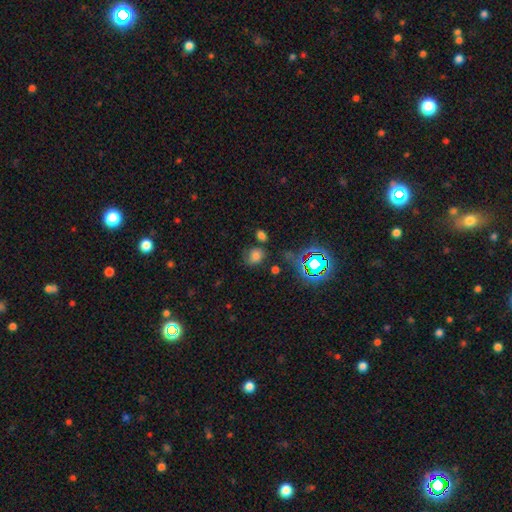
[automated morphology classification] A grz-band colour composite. It shows a smooth galaxy with no disk features (66%) that is round (56%). Merging: none (62%).